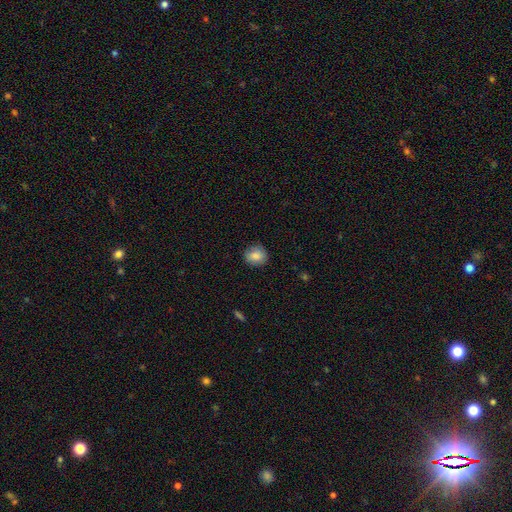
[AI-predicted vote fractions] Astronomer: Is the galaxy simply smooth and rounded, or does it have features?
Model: smooth — 84%.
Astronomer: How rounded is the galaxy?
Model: round — 74%.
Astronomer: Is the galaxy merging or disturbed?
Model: none — 85%.